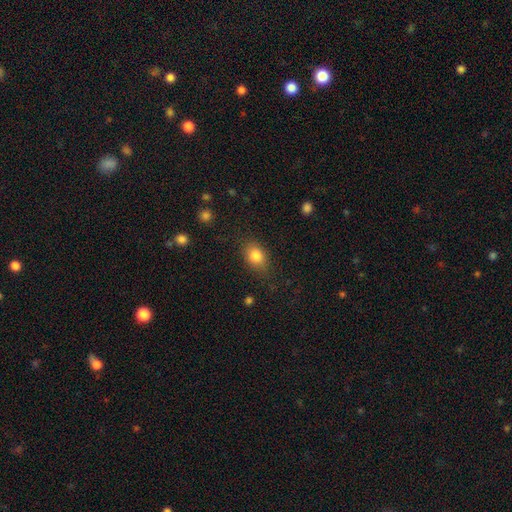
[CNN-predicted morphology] A smooth galaxy with no disk features (82%) that is in between round and cigar-shaped (68%). Merging: none (77%).